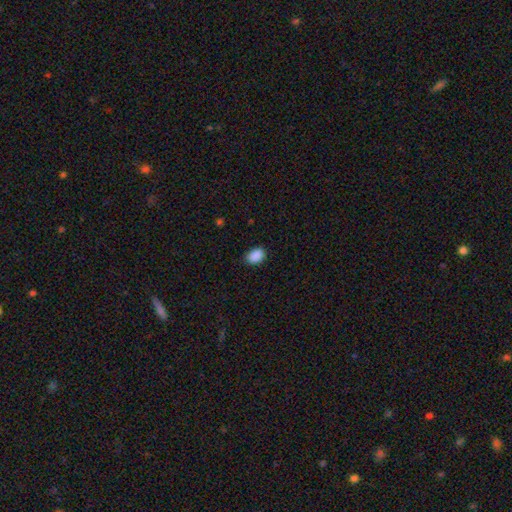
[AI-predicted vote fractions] smooth-or-featured: smooth: 89% | star or artifact: 8% | featured or disk: 3%
  how-rounded: in between: 76% | round: 23% | cigar-shaped: 1%
  merging: none: 84% | minor disturbance: 12% | major disturbance: 3% | merger: 1%